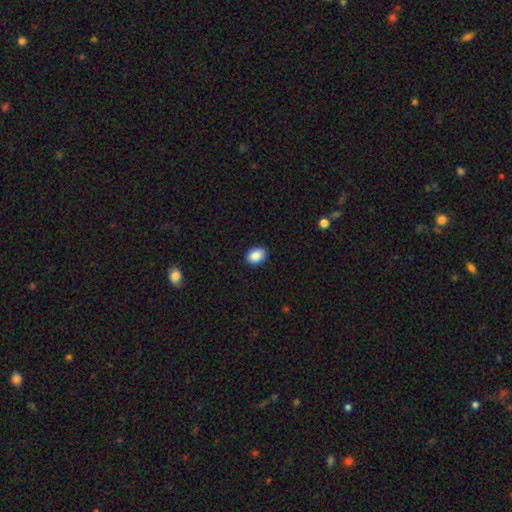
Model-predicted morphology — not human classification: smooth_or_featured: smooth (p=0.88) [alt: star or artifact p=0.08]
how_rounded: in between (p=0.68) [alt: round p=0.32]
merging: none (p=0.90) [alt: minor disturbance p=0.07]